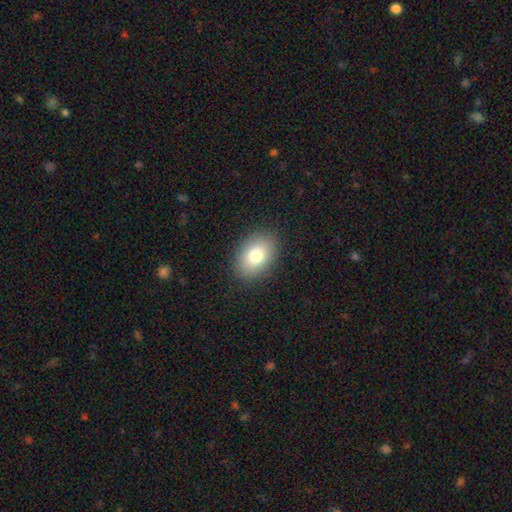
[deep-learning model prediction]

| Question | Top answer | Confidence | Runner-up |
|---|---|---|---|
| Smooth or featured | smooth | 79% | featured or disk (12%) |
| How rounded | in between | 84% | round (15%) |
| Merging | none | 88% | minor disturbance (9%) |